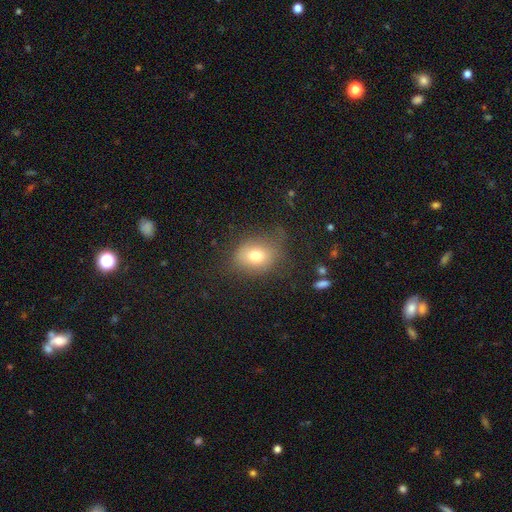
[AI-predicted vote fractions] This appears to be a smooth galaxy with no disk features (72%) that is in between round and cigar-shaped (50%). Merging: none (61%).